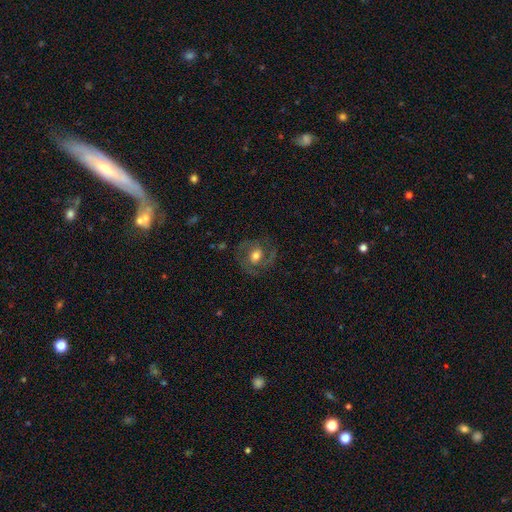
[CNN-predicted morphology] A featured or disk galaxy (68%) with no bar (53%), 2 (79%) medium (49%) spiral arms (82%) and a moderate central bulge (68%). Merging: none (75%).